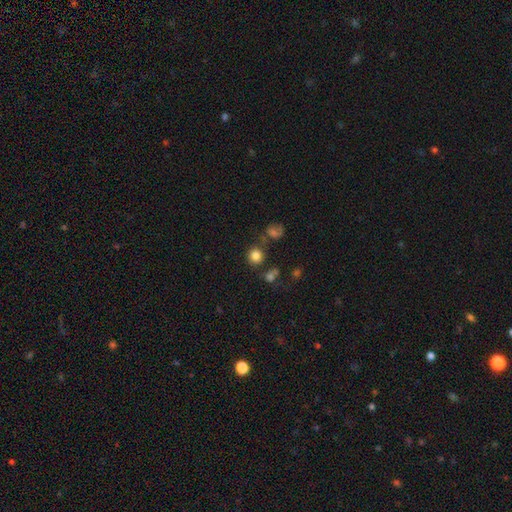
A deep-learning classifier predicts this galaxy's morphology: smooth 82%, star or artifact 13%, featured or disk 6%. Down the decision tree: how rounded — round (90%); merging — none (76%).